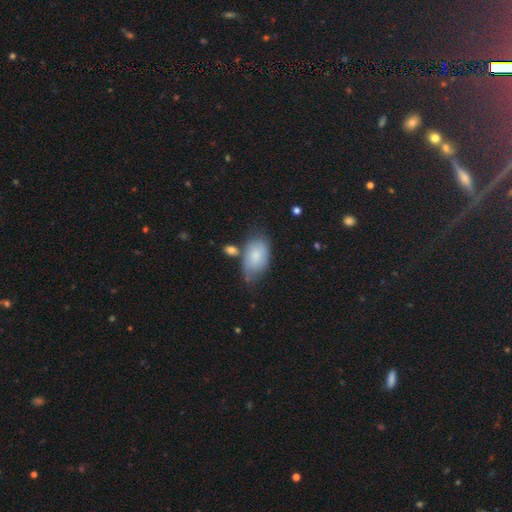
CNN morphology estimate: smooth-or-featured: smooth: 75% | featured or disk: 19% | star or artifact: 6%
  how-rounded: in between: 93% | round: 6% | cigar-shaped: 2%
  merging: none: 50% | minor disturbance: 30% | merger: 11% | major disturbance: 8%